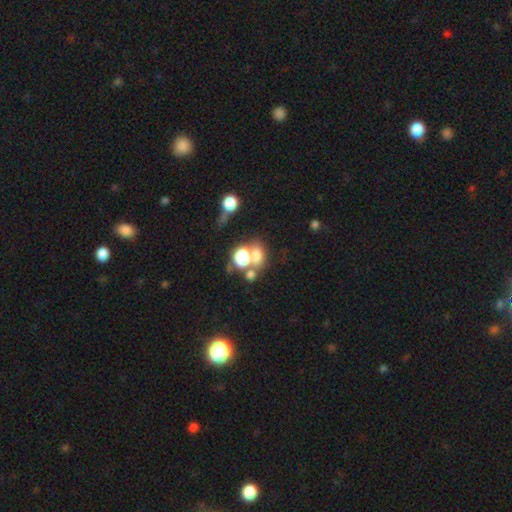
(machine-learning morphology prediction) Overall: smooth (63%). How rounded: round (53%; in between 45%). Merging: none (43%; merger 39%).